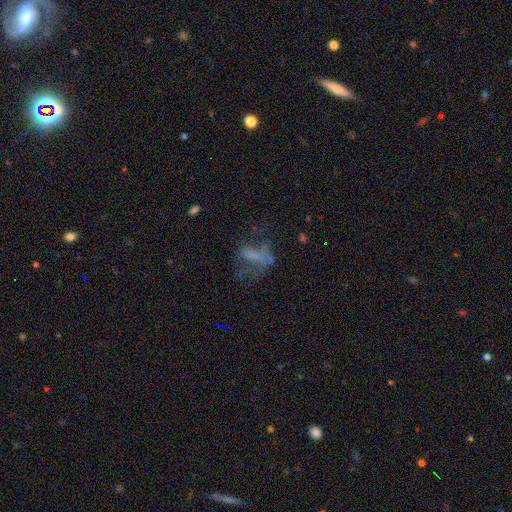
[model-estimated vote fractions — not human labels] Smooth or featured: featured or disk — 43% (smooth — 33%)
Merging: major disturbance — 43% (none — 34%)